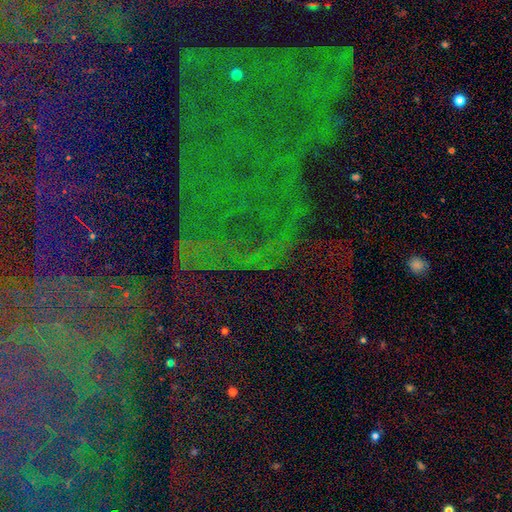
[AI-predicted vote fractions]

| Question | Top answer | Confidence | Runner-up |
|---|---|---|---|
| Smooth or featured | star or artifact | 80% | featured or disk (11%) |